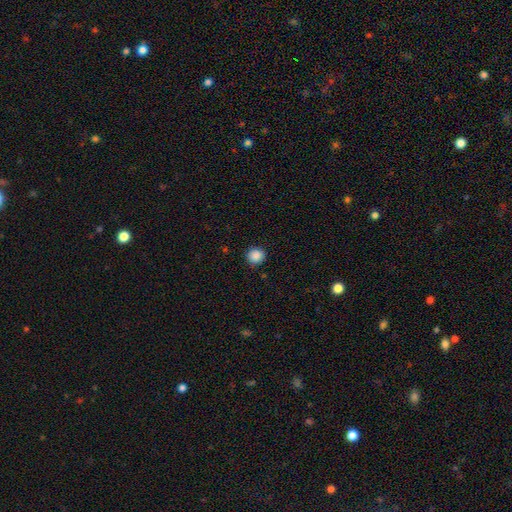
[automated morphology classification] smooth_or_featured: smooth (p=0.88) [alt: star or artifact p=0.10]
how_rounded: round (p=0.92) [alt: in between p=0.07]
merging: none (p=0.90) [alt: minor disturbance p=0.07]